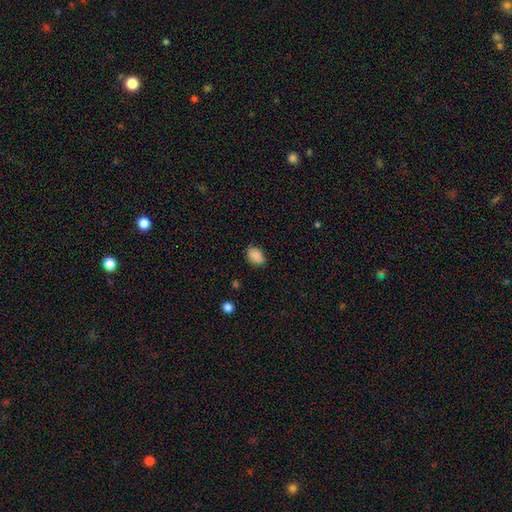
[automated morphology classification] Q: Smooth or featured?
A: smooth (88%); runner-up: star or artifact (8%)
Q: How rounded?
A: in between (82%); runner-up: round (17%)
Q: Merging?
A: none (83%); runner-up: minor disturbance (14%)